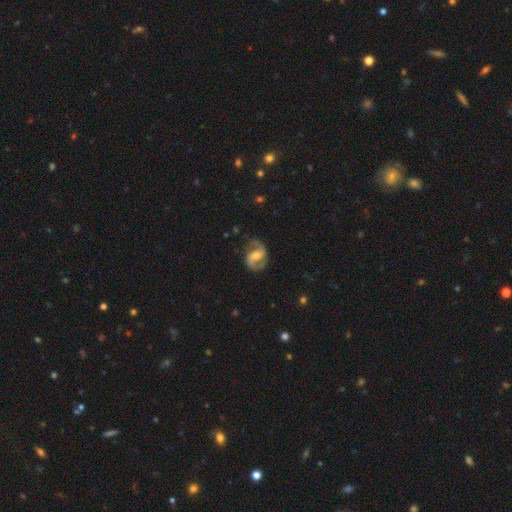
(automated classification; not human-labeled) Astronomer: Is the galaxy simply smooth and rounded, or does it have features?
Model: featured or disk — 82%.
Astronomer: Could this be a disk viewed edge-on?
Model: no — 97%.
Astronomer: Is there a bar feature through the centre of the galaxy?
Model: weak — 42% (runner-up: no, 29%).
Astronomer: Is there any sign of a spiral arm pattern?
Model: yes — 93%.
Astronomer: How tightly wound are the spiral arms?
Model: medium — 54%.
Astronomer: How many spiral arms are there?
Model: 2 — 90%.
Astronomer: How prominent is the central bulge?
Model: moderate — 55% (runner-up: small, 33%).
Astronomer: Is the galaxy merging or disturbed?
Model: none — 74%.